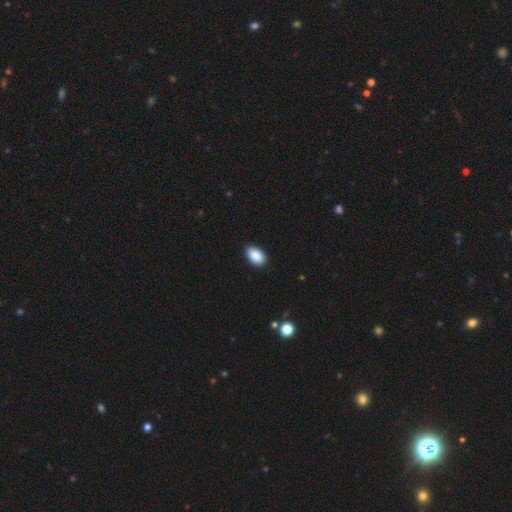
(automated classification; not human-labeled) Smooth or featured? smooth (90%)
How rounded? in between (93%)
Merging? none (88%)